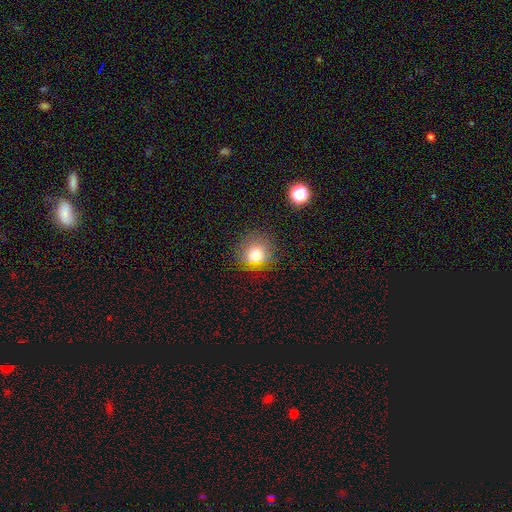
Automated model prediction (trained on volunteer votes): This is likely a smooth galaxy (75%). How rounded: clearly round (87%). Merging: clearly none (81%).